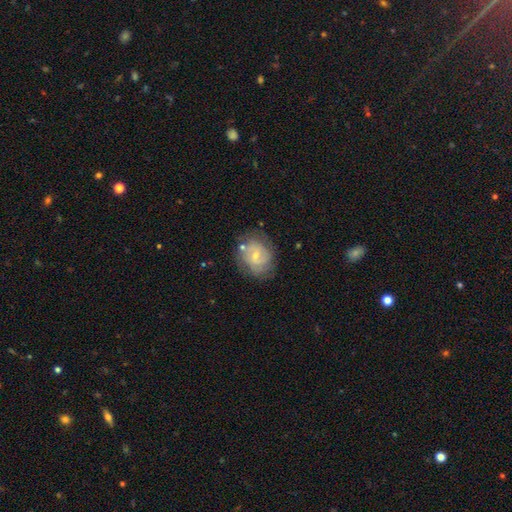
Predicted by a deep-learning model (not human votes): This is possibly a featured or disk galaxy (58%). It is clearly not viewed edge-on (97%). Bar: possibly no (52%). Spiral arm pattern: likely yes (71%). Central bulge: possibly small (58%). Merging: likely none (65%).